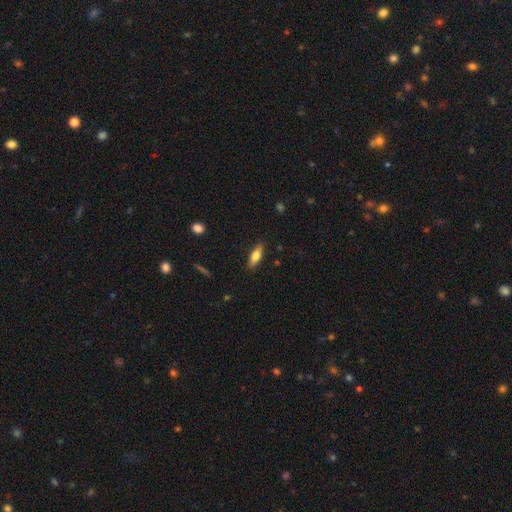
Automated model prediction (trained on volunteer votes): Smooth or featured: smooth — 63% (featured or disk — 30%)
How rounded: in between — 57% (cigar-shaped — 40%)
Merging: none — 87% (minor disturbance — 10%)